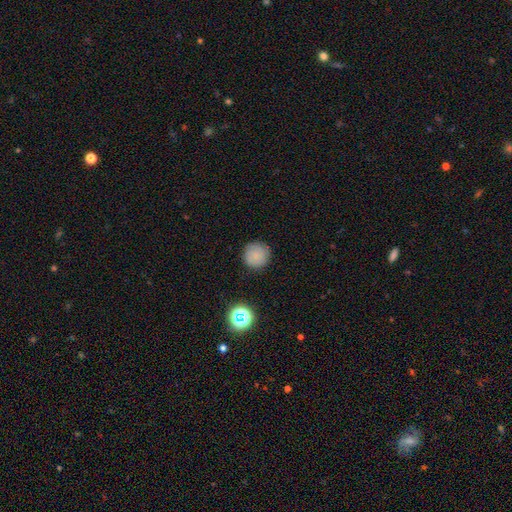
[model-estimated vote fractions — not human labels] A smooth galaxy with no disk features (81%) that is round (95%).

Vote fractions:
- Smooth or featured? smooth: 81% / star or artifact: 12% / featured or disk: 8%
- How rounded? round: 95% / in between: 4% / cigar-shaped: 1%
- Merging? none: 87% / minor disturbance: 9% / major disturbance: 2% / merger: 1%